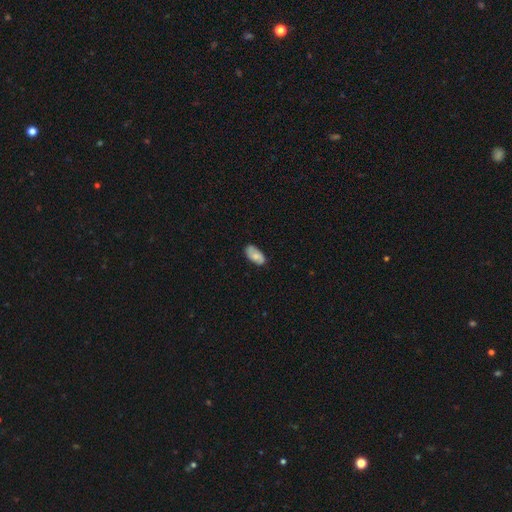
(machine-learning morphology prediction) Q: Smooth or featured?
A: smooth (66%); runner-up: featured or disk (27%)
Q: How rounded?
A: in between (93%); runner-up: cigar-shaped (4%)
Q: Merging?
A: none (77%); runner-up: minor disturbance (19%)